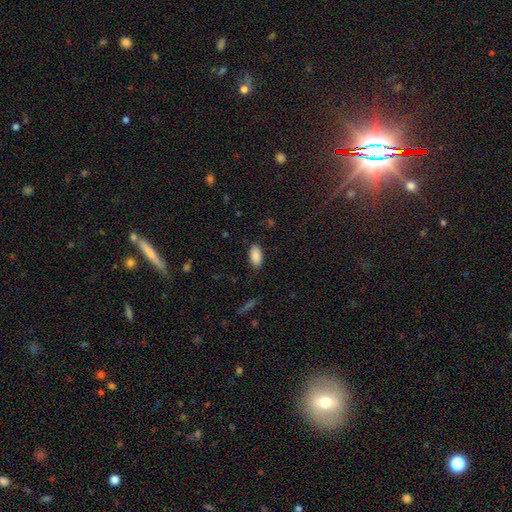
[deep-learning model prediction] Smooth or featured?
  - smooth: 89% *
  - star or artifact: 7%
  - featured or disk: 4%
How rounded?
  - in between: 93% *
  - cigar-shaped: 4%
  - round: 2%
Merging?
  - none: 86% *
  - minor disturbance: 10%
  - major disturbance: 3%
  - merger: 1%